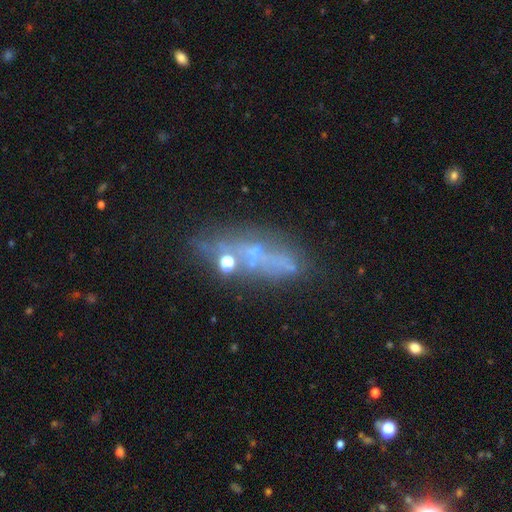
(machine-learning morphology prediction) The model was most divided on "smooth or featured": featured or disk: 45%, smooth: 31%, star or artifact: 24%. More confident: merging — none (55%).